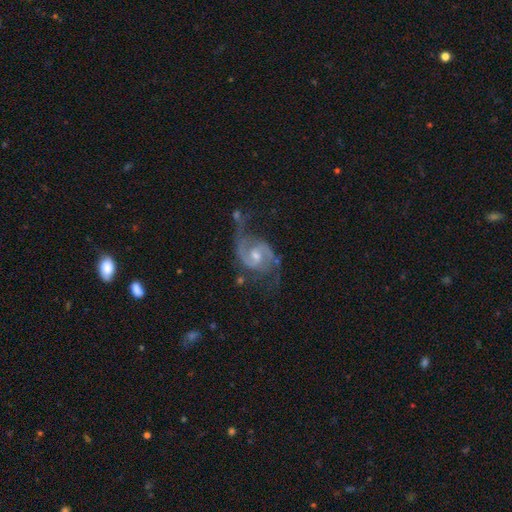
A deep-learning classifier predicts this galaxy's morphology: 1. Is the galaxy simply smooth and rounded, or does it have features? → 90% featured or disk, 6% star or artifact, 4% smooth.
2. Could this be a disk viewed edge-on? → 98% no, 2% yes.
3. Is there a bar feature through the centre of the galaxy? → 48% weak, 40% no, 11% strong.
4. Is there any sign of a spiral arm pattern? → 98% yes, 2% no.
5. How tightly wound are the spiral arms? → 54% medium, 26% loose, 20% tight.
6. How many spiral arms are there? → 91% 2, 3% can't tell, 2% 3, 2% 1, 1% 4, 1% more than 4.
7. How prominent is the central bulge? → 55% moderate, 38% small, 3% large, 2% none, 1% dominant.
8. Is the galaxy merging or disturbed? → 59% none, 21% minor disturbance, 15% major disturbance, 5% merger.